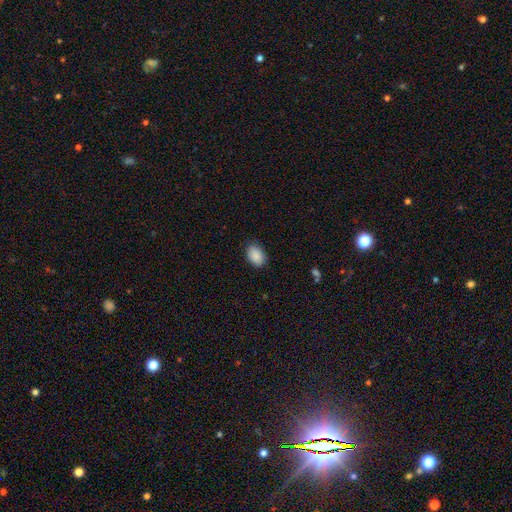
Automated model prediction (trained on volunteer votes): smooth_or_featured: smooth (p=0.90) [alt: star or artifact p=0.07]
how_rounded: in between (p=0.85) [alt: round p=0.14]
merging: none (p=0.85) [alt: minor disturbance p=0.12]